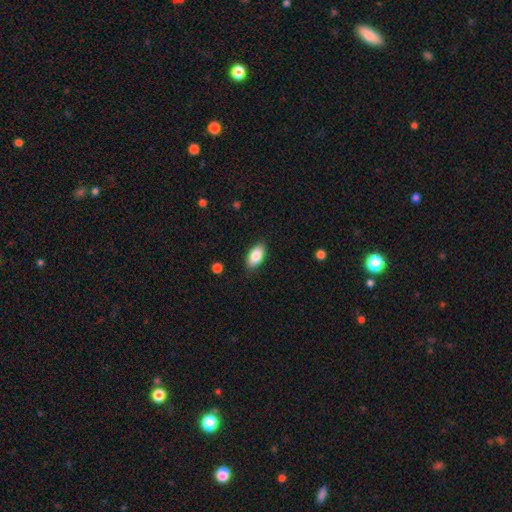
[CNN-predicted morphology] Smooth or featured: smooth — 85% (featured or disk — 8%)
How rounded: in between — 92% (cigar-shaped — 5%)
Merging: none — 86% (minor disturbance — 11%)